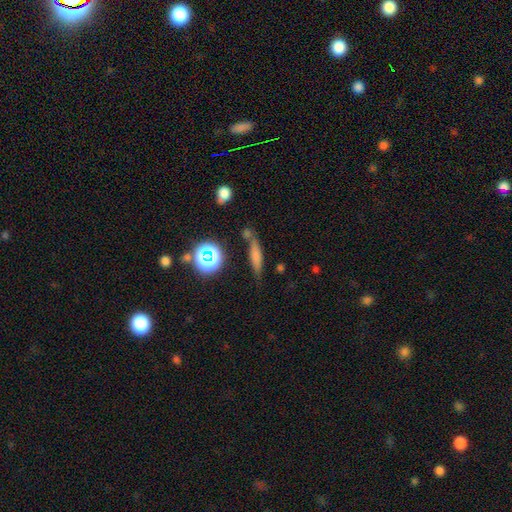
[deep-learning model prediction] smooth_or_featured: smooth (p=0.65) [alt: featured or disk p=0.19]
how_rounded: cigar-shaped (p=0.71) [alt: in between p=0.21]
merging: none (p=0.63) [alt: minor disturbance p=0.19]